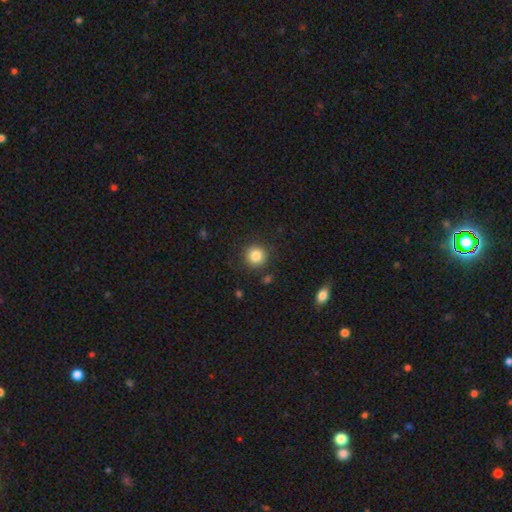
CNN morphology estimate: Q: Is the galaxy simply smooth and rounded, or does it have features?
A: smooth — 85%.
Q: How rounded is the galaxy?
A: round — 94%.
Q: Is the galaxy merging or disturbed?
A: none — 88%.